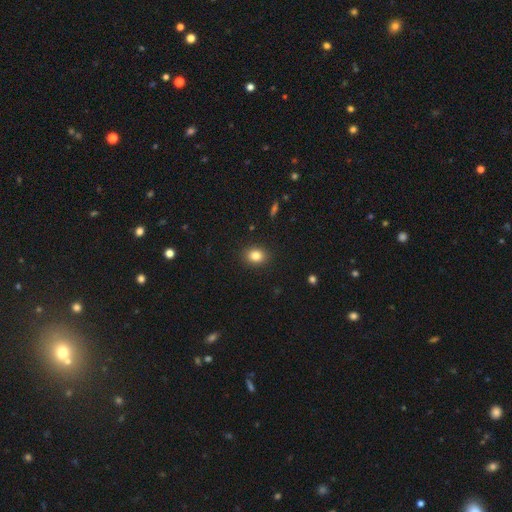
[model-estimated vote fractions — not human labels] Overall: smooth (83%). How rounded: in between (50%; round 49%). Merging: none (90%).